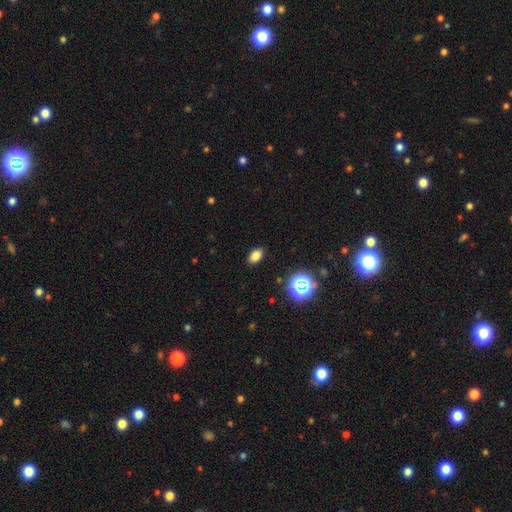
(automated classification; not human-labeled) smooth-or-featured: smooth: 78% | star or artifact: 16% | featured or disk: 6%
  how-rounded: in between: 86% | round: 11% | cigar-shaped: 2%
  merging: none: 89% | minor disturbance: 8% | major disturbance: 2% | merger: 1%